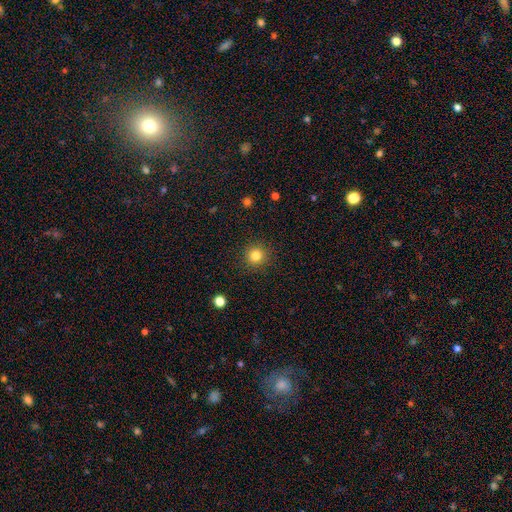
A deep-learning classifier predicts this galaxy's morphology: Overall: smooth (82%). How rounded: round (95%). Merging: none (91%).